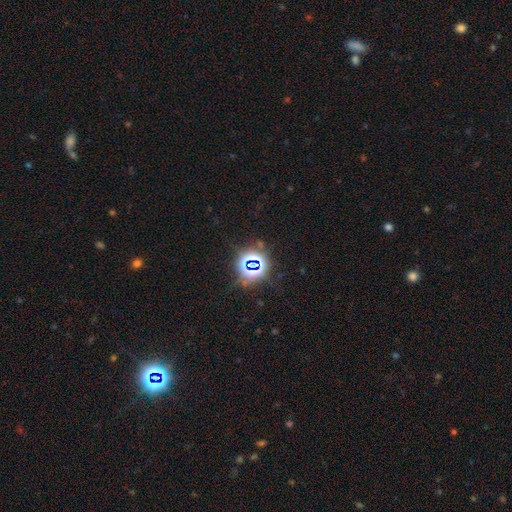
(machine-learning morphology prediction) This is likely a star or artifact rather than a galaxy (79%).